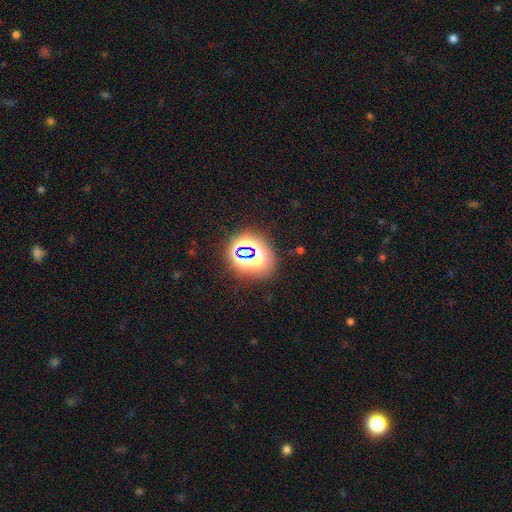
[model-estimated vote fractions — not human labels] This appears to be a star or artifact, not a galaxy (53%).